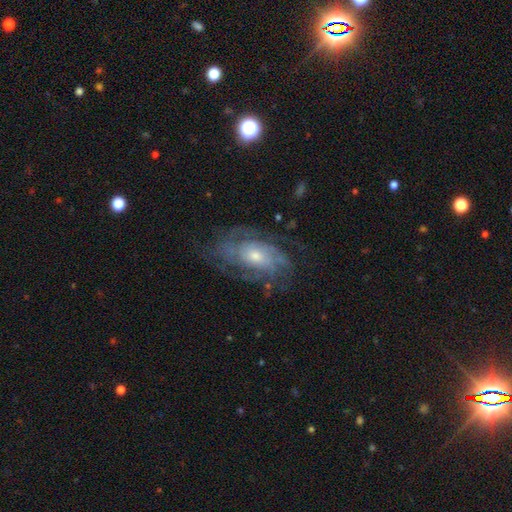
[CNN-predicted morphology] featured or disk 80%, smooth 14%, star or artifact 7%. Down the decision tree: edge-on disk — no (94%); bar — no (74%); spiral arms — yes (88%); spiral arm count — can't tell (48%); spiral winding — tight (54%); bulge size — moderate (49%); merging — none (65%).